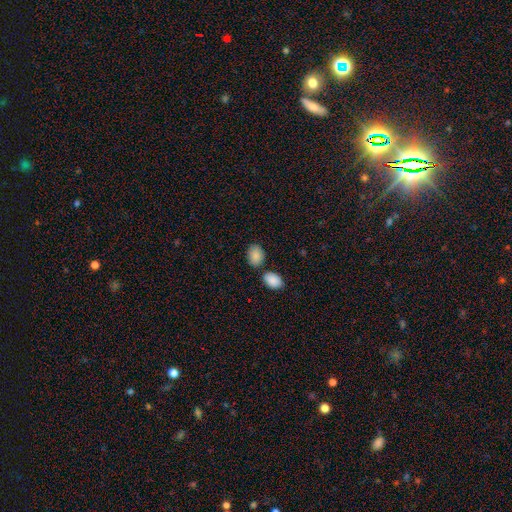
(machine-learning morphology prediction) type=smooth (88%); roundness=in between (77%); merging=none (71%).